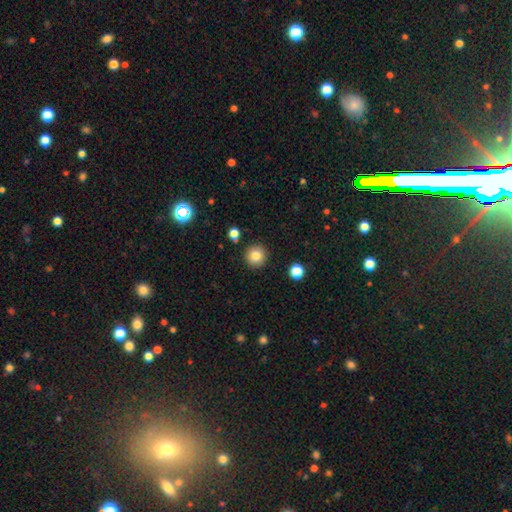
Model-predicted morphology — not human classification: A smooth galaxy with no disk features (83%) that is round (94%). Merging: none (90%).